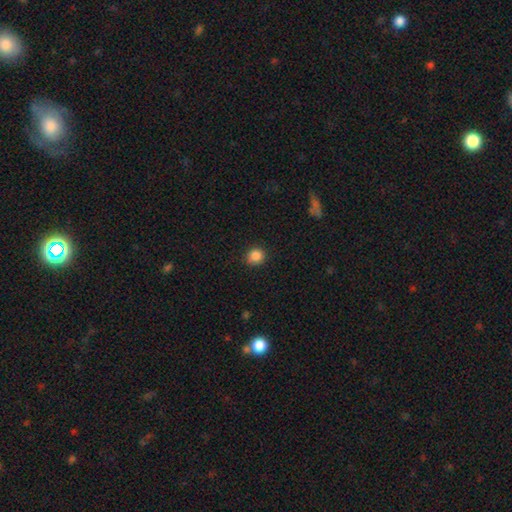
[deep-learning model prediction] smooth_or_featured: smooth (p=0.87) [alt: star or artifact p=0.10]
how_rounded: round (p=0.87) [alt: in between p=0.12]
merging: none (p=0.89) [alt: minor disturbance p=0.08]